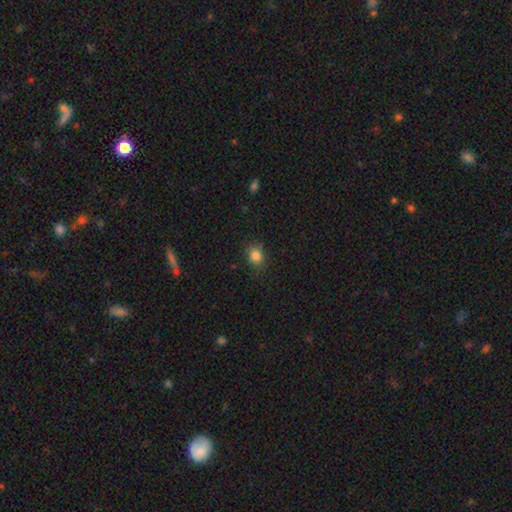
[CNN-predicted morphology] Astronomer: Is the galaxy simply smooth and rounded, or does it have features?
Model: smooth — 83%.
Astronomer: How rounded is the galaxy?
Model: round — 61% (runner-up: in between, 38%).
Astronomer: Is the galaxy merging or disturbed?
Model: none — 82%.